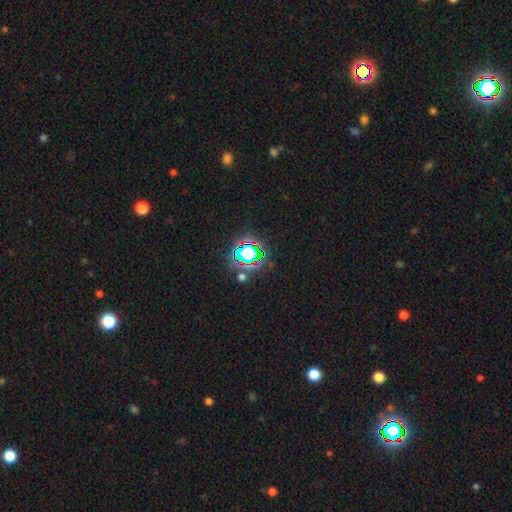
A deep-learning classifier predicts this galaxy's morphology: Smooth or featured: star or artifact — 74% (smooth — 17%)